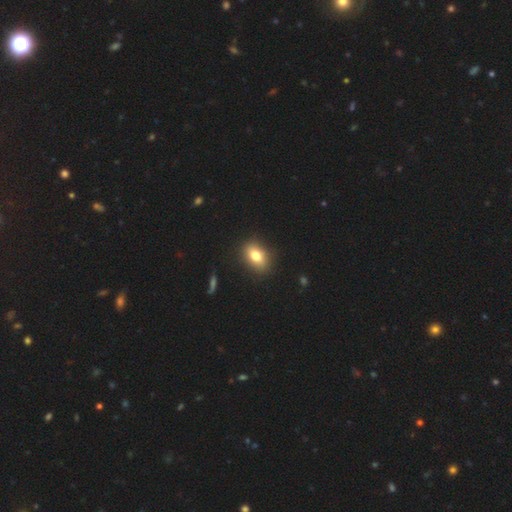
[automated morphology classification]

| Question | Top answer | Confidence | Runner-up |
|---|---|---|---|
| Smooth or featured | smooth | 77% | featured or disk (13%) |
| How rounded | in between | 76% | round (21%) |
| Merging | none | 87% | minor disturbance (9%) |